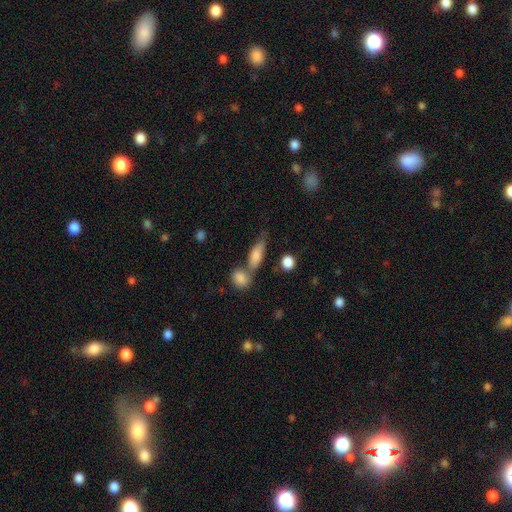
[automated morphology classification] Smooth or featured: smooth — 75% (featured or disk — 16%)
How rounded: in between — 59% (cigar-shaped — 32%)
Merging: none — 48% (merger — 31%)